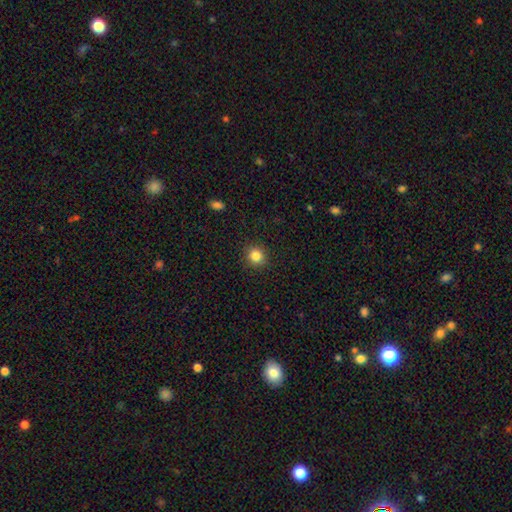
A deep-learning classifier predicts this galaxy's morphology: Smooth or featured?
  - smooth: 84% *
  - star or artifact: 11%
  - featured or disk: 5%
How rounded?
  - round: 89% *
  - in between: 10%
  - cigar-shaped: 1%
Merging?
  - none: 90% *
  - minor disturbance: 7%
  - major disturbance: 2%
  - merger: 1%